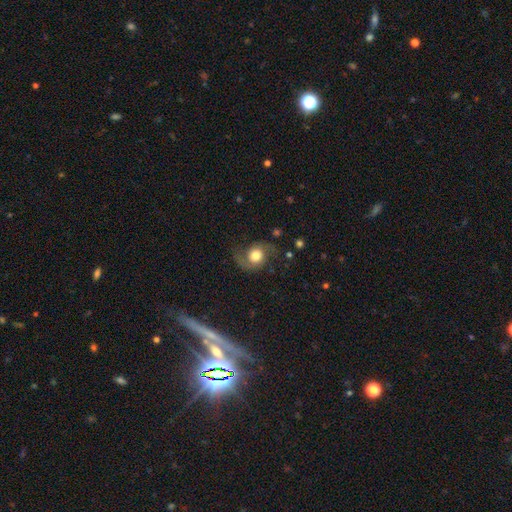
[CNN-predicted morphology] Overall: featured or disk (62%; smooth 29%). Edge-on disk: no (97%). Bar: no (76%). Spiral arms: yes (90%). Spiral arm count: 2 (90%). Spiral winding: loose (55%; medium 37%). Bulge size: moderate (45%; large 40%). Merging: none (69%).